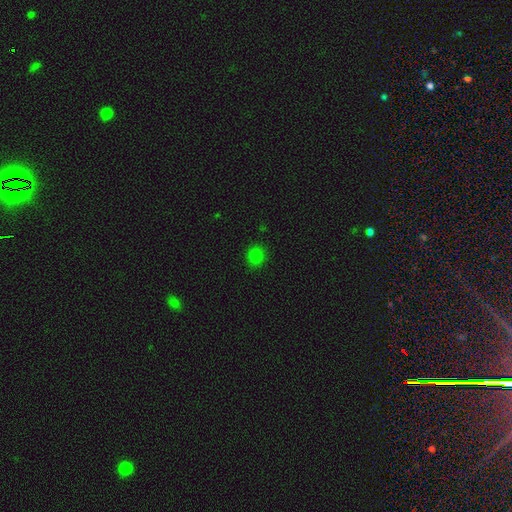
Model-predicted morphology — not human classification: type=smooth (80%); roundness=round (82%); merging=none (88%).